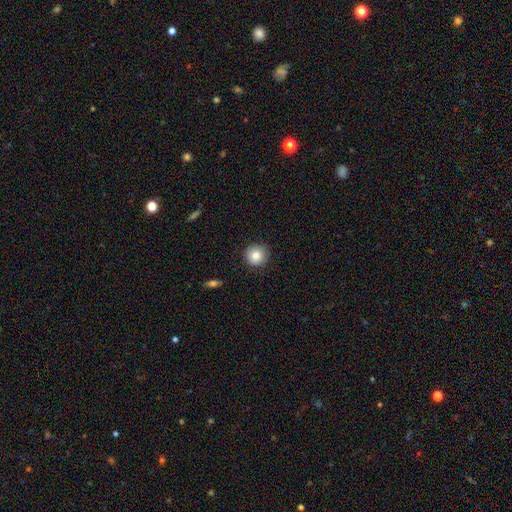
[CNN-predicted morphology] Smooth or featured? smooth (85%)
How rounded? round (92%)
Merging? none (87%)